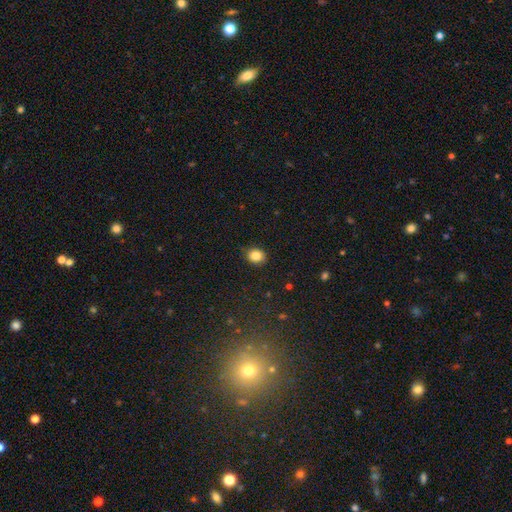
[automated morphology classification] Smooth or featured: smooth — 85% (star or artifact — 10%)
How rounded: round — 56% (in between — 43%)
Merging: none — 87% (minor disturbance — 10%)